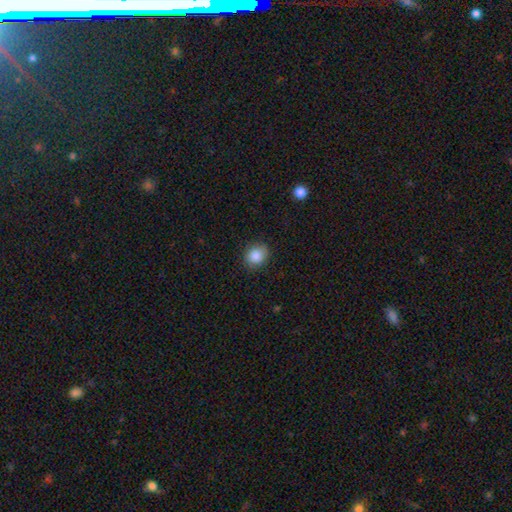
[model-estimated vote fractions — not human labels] This is clearly a smooth galaxy (87%). How rounded: likely round (69%). Merging: clearly none (83%).